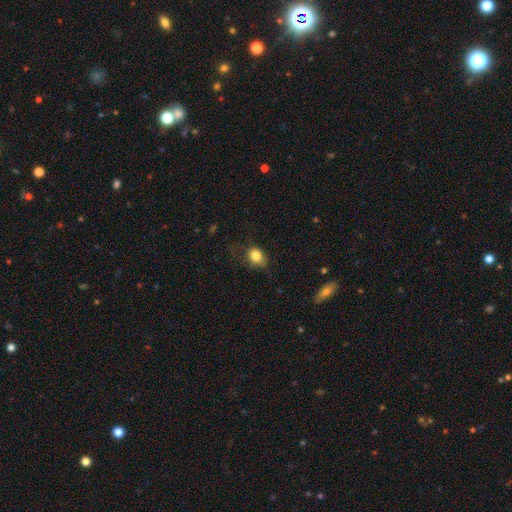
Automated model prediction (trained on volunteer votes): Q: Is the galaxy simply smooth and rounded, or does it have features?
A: smooth — 82%.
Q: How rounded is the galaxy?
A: round — 52%.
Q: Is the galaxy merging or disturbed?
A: none — 64%.